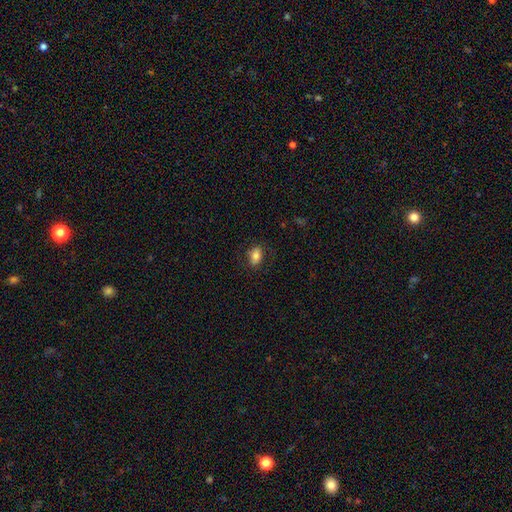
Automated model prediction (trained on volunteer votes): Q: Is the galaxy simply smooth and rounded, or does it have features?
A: smooth — 77%.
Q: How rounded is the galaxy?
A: in between — 84%.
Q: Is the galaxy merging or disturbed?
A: none — 78%.